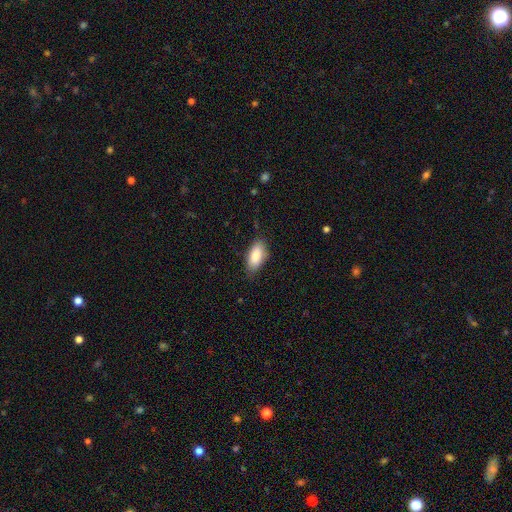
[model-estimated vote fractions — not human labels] smooth-or-featured: smooth: 86% | featured or disk: 8% | star or artifact: 6%
  how-rounded: in between: 89% | cigar-shaped: 9% | round: 2%
  merging: none: 79% | minor disturbance: 17% | major disturbance: 3% | merger: 1%